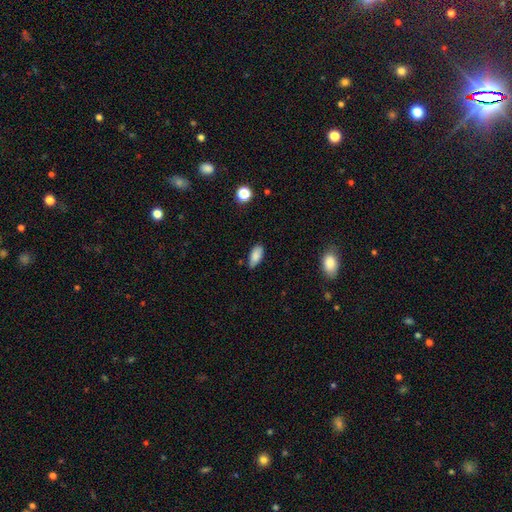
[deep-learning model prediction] Overall: smooth (85%). How rounded: in between (91%). Merging: none (70%).